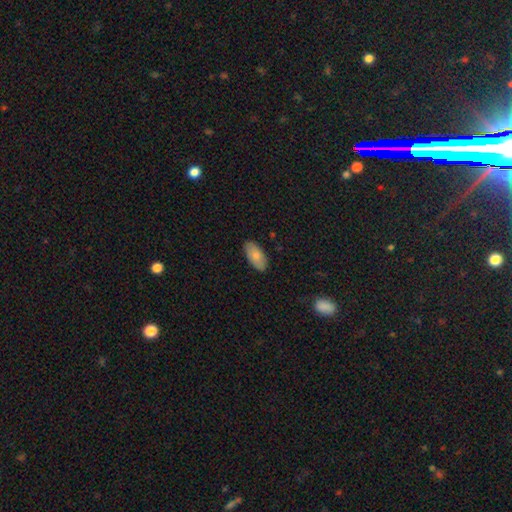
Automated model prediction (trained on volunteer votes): A smooth galaxy with no disk features (79%) that is in between round and cigar-shaped (93%). Merging: none (87%).